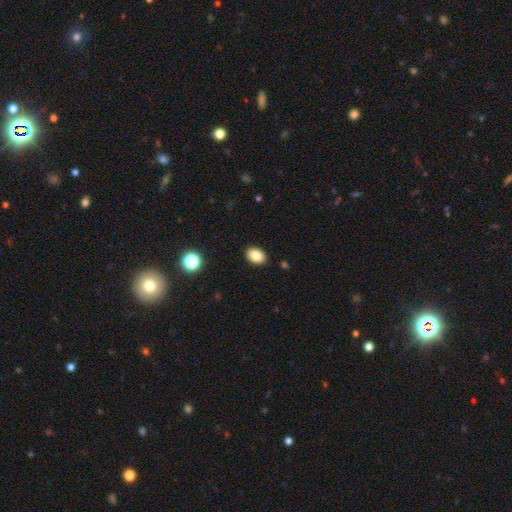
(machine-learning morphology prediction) The model was most divided on "how rounded": in between: 77%, round: 22%, cigar-shaped: 1%. More confident: merging — none (90%); smooth or featured — smooth (84%).